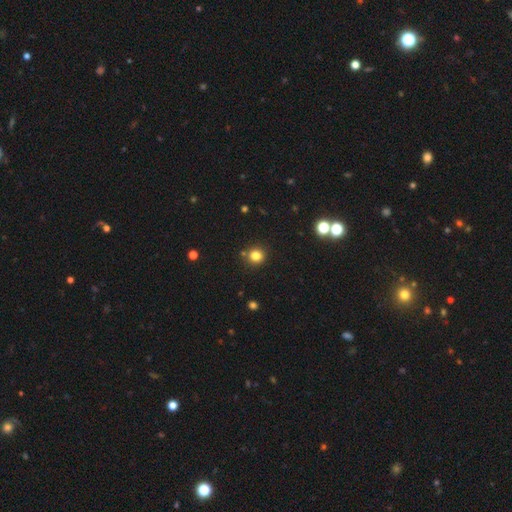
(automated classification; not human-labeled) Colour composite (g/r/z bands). It shows a smooth galaxy with no disk features (80%) that is round (90%). Merging: none (84%).